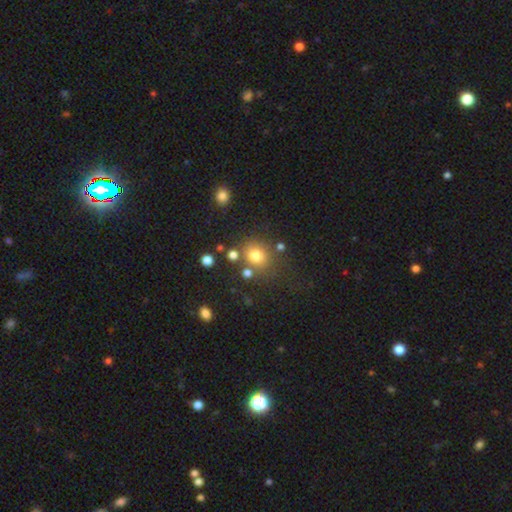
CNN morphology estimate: A smooth galaxy with no disk features (76%) that is round (81%).

Vote fractions:
- Smooth or featured? smooth: 76% / star or artifact: 16% / featured or disk: 8%
- How rounded? round: 81% / in between: 18% / cigar-shaped: 1%
- Merging? none: 73% / minor disturbance: 12% / merger: 10% / major disturbance: 5%